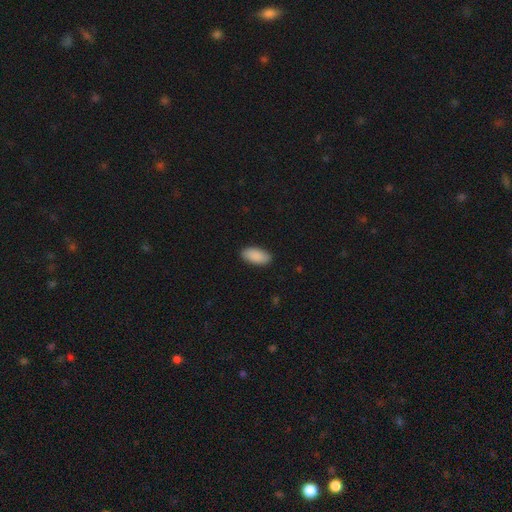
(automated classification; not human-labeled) A smooth galaxy with no disk features (91%) that is in between round and cigar-shaped (93%).

Vote fractions:
- Smooth or featured? smooth: 91% / star or artifact: 6% / featured or disk: 3%
- How rounded? in between: 93% / cigar-shaped: 6% / round: 2%
- Merging? none: 89% / minor disturbance: 9% / major disturbance: 2% / merger: 1%